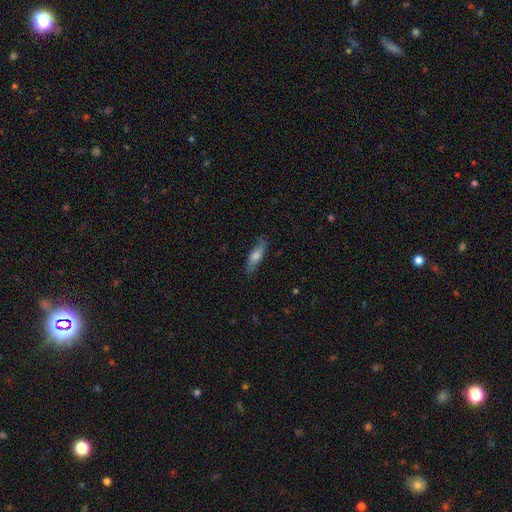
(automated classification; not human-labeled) Smooth or featured? Predicted: smooth (p=0.64). How rounded? Predicted: cigar-shaped (p=0.58). Merging? Predicted: none (p=0.77).